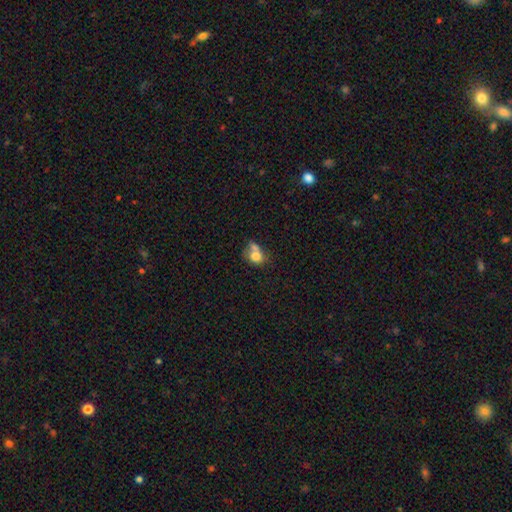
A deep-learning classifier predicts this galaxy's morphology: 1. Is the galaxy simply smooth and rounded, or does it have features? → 74% smooth, 16% featured or disk, 10% star or artifact.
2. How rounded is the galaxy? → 58% round, 41% in between, 1% cigar-shaped.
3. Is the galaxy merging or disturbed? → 50% merger, 28% none, 14% minor disturbance, 8% major disturbance.